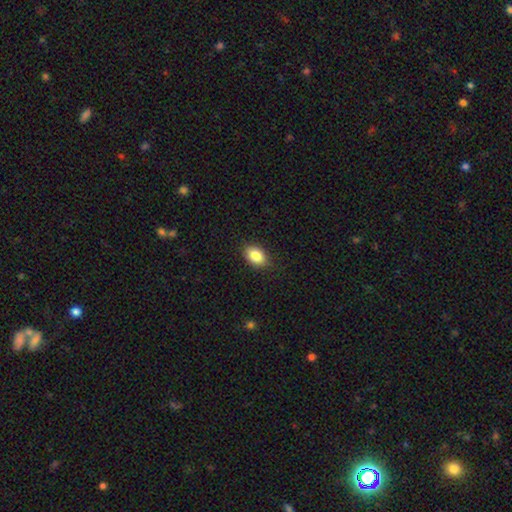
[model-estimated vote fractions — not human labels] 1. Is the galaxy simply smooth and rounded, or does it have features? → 84% smooth, 8% star or artifact, 7% featured or disk.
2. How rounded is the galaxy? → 82% in between, 17% round, 1% cigar-shaped.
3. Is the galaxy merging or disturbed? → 86% none, 10% minor disturbance, 2% major disturbance, 1% merger.